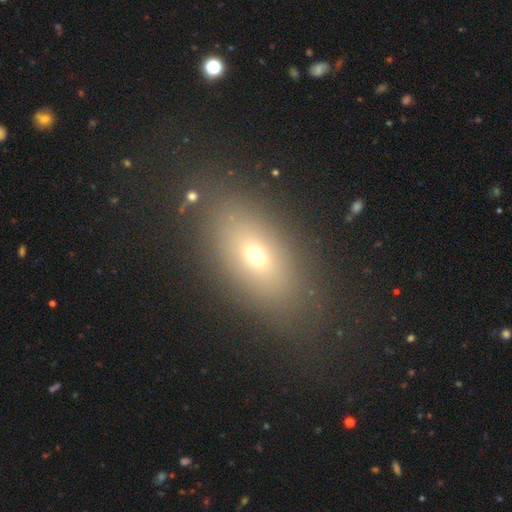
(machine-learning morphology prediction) This is likely a smooth galaxy (63%). How rounded: likely in between (78%). Merging: clearly none (82%).